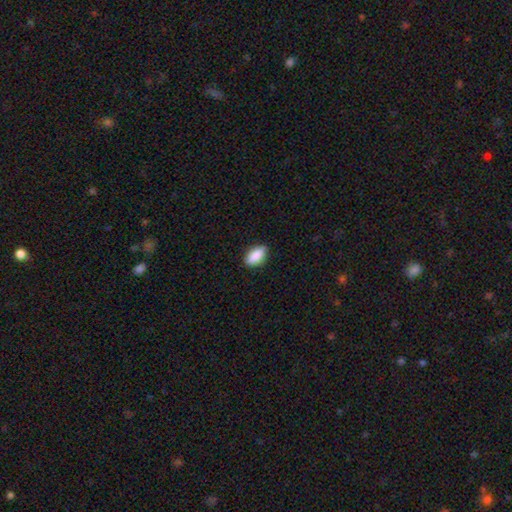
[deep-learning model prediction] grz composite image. It shows a smooth galaxy with no disk features (88%) that is in between round and cigar-shaped (89%). Merging: none (86%).